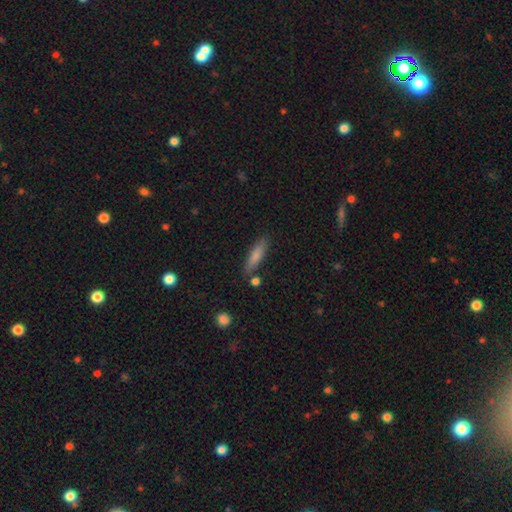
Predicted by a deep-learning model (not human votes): This appears to be a smooth galaxy with no disk features (79%) that is cigar-shaped (74%). Merging: none (79%).